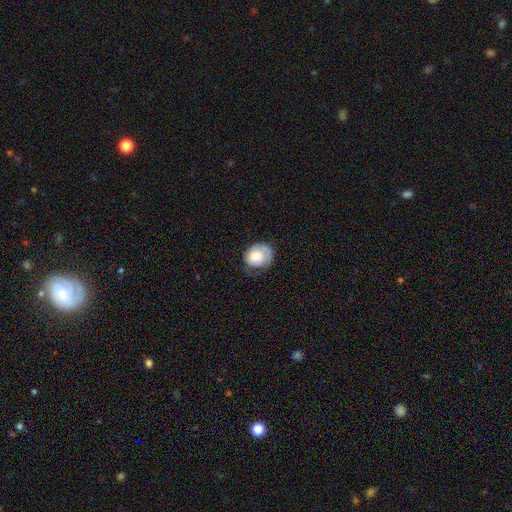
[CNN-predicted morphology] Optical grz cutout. It shows a smooth galaxy with no disk features (59%) that is round (63%). Merging: none (50%).